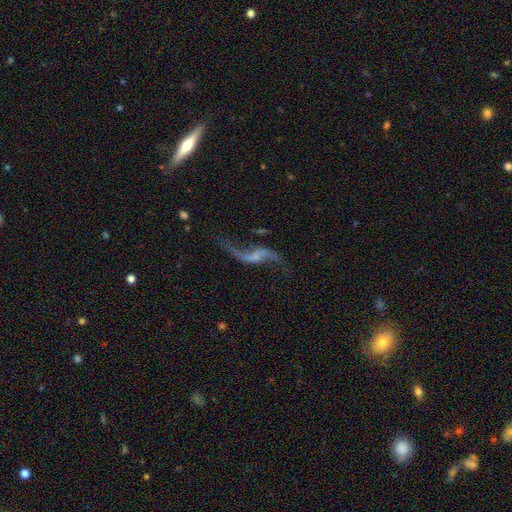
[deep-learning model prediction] Smooth or featured? Predicted: featured or disk (p=0.87). Edge-on disk? Predicted: no (p=0.94). Bar? Predicted: no (p=0.42). Spiral arms? Predicted: yes (p=0.95). Spiral winding? Predicted: loose (p=0.95). Spiral arm count? Predicted: 2 (p=0.93). Bulge size? Predicted: none (p=0.43). Merging? Predicted: none (p=0.68).